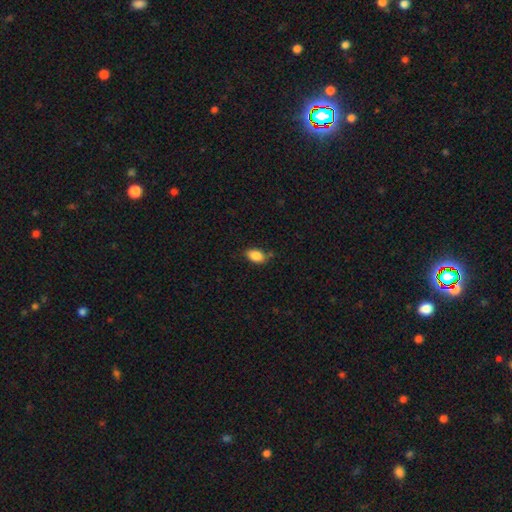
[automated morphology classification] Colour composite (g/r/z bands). It shows a smooth galaxy with no disk features (87%) that is in between round and cigar-shaped (89%). Merging: none (77%).